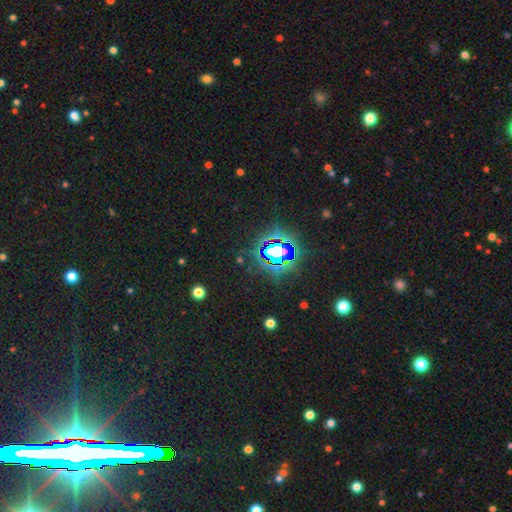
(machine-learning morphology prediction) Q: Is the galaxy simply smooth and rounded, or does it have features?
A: star or artifact — 84%.